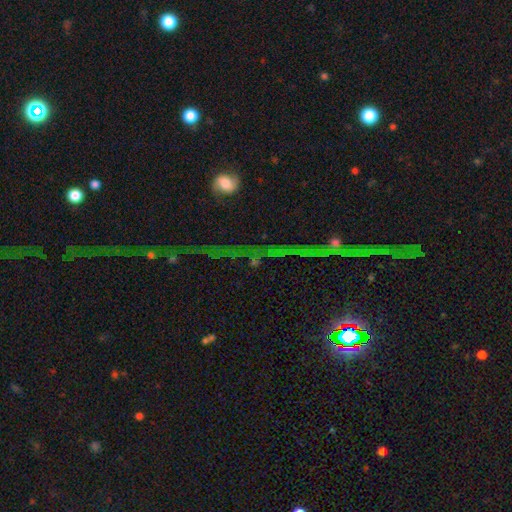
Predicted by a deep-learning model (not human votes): Smooth or featured: star or artifact — 75% (featured or disk — 13%)